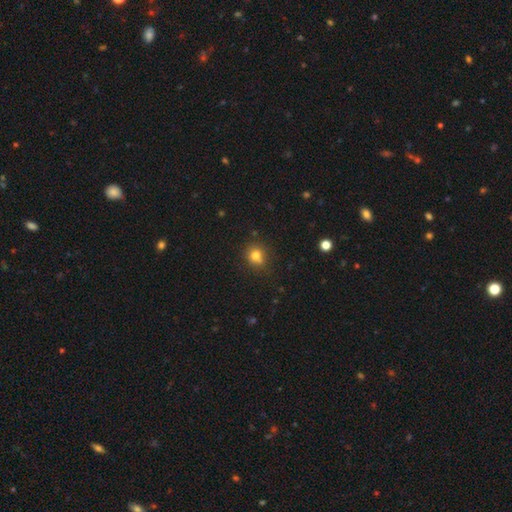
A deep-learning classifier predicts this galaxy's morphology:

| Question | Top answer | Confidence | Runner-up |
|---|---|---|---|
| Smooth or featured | smooth | 77% | star or artifact (14%) |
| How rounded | round | 81% | in between (18%) |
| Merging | none | 67% | minor disturbance (15%) |